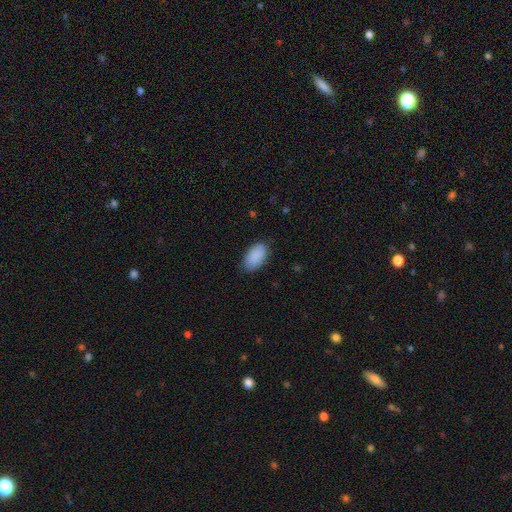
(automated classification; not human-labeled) A smooth galaxy with no disk features (90%) that is in between round and cigar-shaped (95%).

Vote fractions:
- Smooth or featured? smooth: 90% / star or artifact: 6% / featured or disk: 4%
- How rounded? in between: 95% / round: 4% / cigar-shaped: 2%
- Merging? none: 83% / minor disturbance: 13% / major disturbance: 3% / merger: 1%